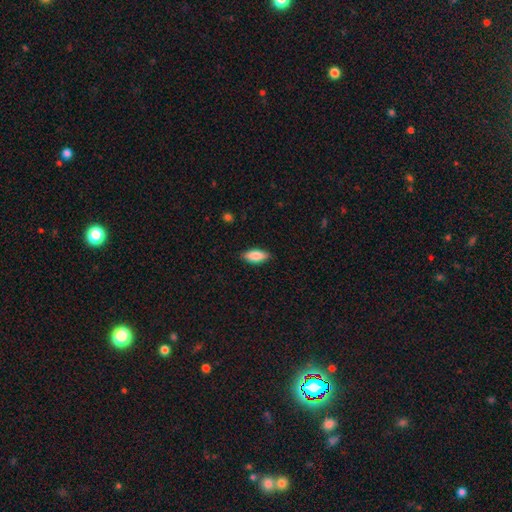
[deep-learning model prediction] Smooth or featured? Predicted: smooth (p=0.86). How rounded? Predicted: in between (p=0.82). Merging? Predicted: none (p=0.87).